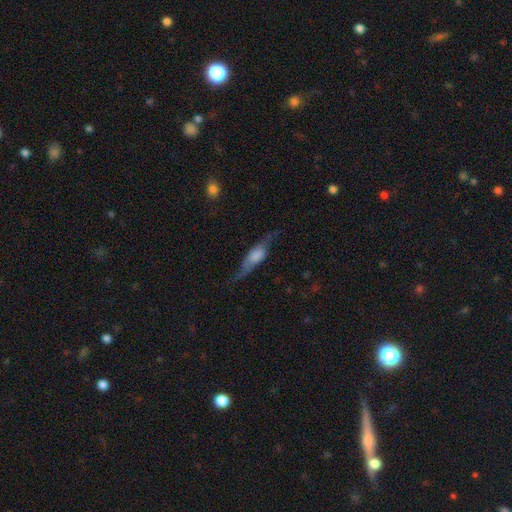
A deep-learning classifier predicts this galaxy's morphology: type=featured or disk (54%); edge-on=yes (75%); merging=none (62%).